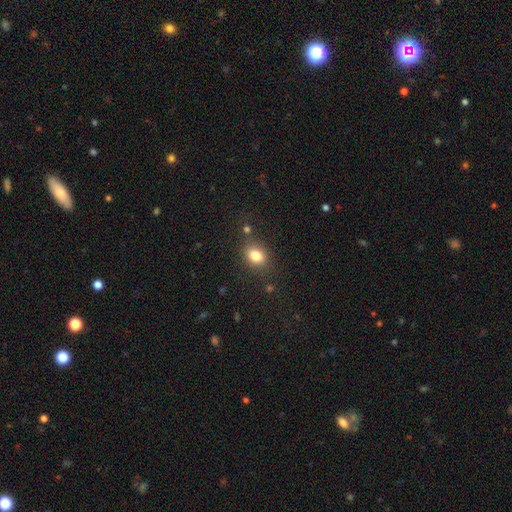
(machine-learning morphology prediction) Overall: smooth (82%). How rounded: in between (60%; round 38%). Merging: none (78%).